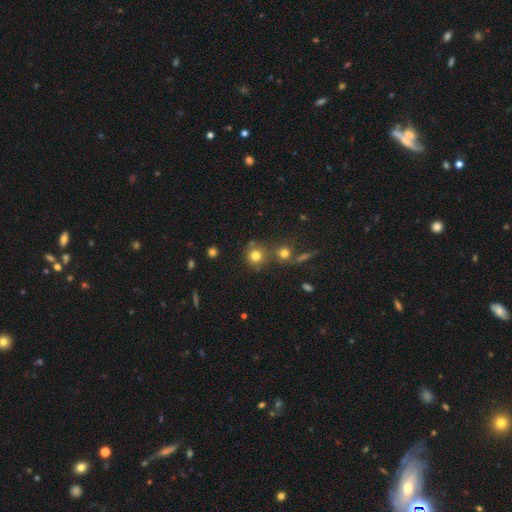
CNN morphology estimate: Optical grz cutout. It shows a smooth galaxy with no disk features (75%) that is round (91%). Merging: none (68%).